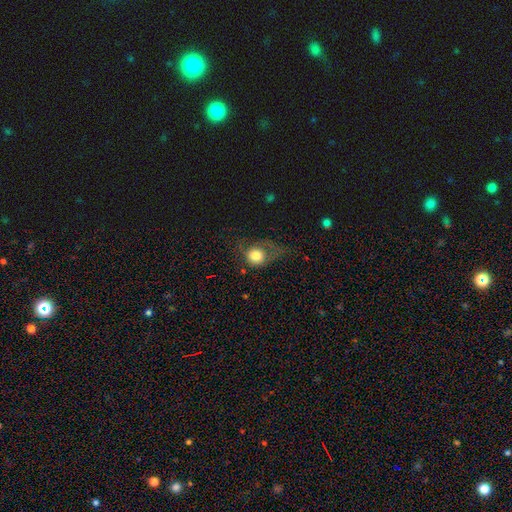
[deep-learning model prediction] The model was most divided on "merging": major disturbance: 39%, none: 34%, minor disturbance: 24%, merger: 3%. More confident: how rounded — round (77%); smooth or featured — smooth (73%).